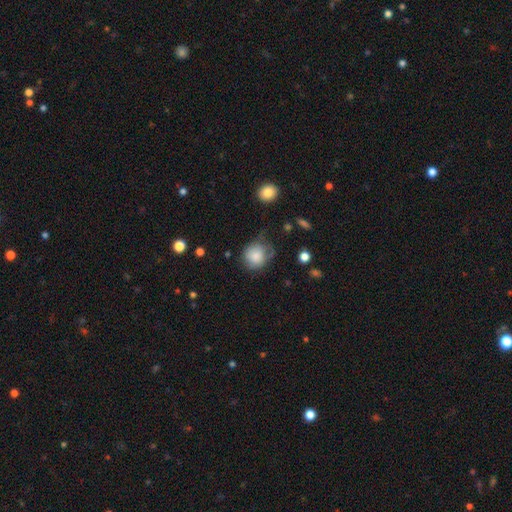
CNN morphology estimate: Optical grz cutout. It shows a smooth galaxy with no disk features (80%) that is round (81%). Merging: none (48%).